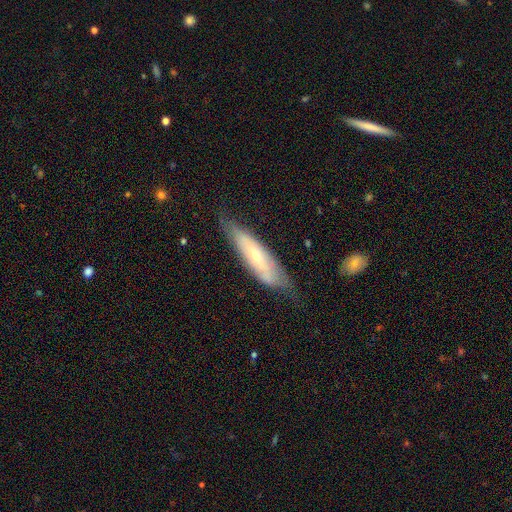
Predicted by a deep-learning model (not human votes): featured or disk 54%, smooth 39%, star or artifact 7%. Down the decision tree: edge-on disk — no (54%); merging — none (62%).